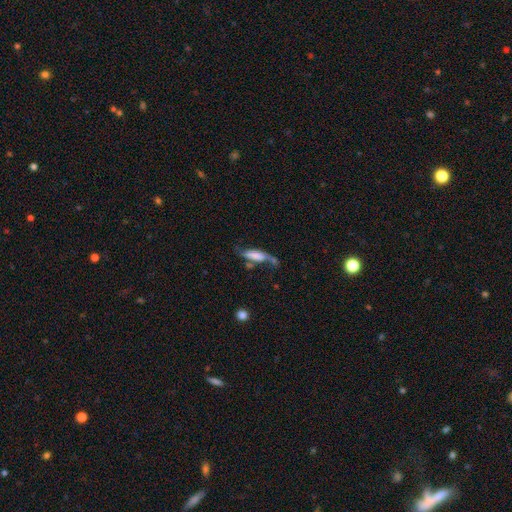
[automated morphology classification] Smooth or featured?
  - smooth: 49% *
  - featured or disk: 42%
  - star or artifact: 9%
Merging?
  - none: 40% *
  - minor disturbance: 24%
  - major disturbance: 21%
  - merger: 16%